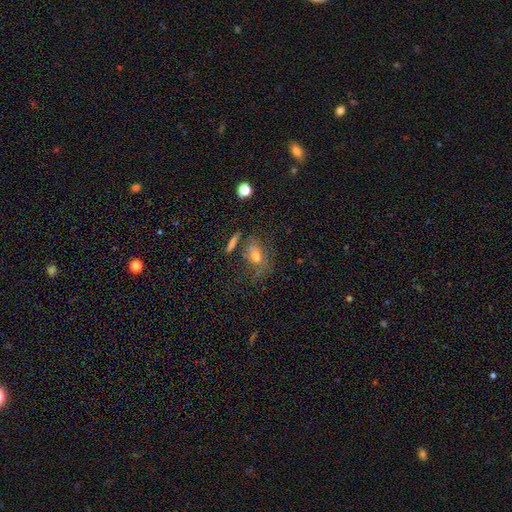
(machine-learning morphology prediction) Q: Smooth or featured?
A: smooth (58%); runner-up: featured or disk (26%)
Q: How rounded?
A: in between (70%); runner-up: round (23%)
Q: Merging?
A: none (53%); runner-up: minor disturbance (19%)